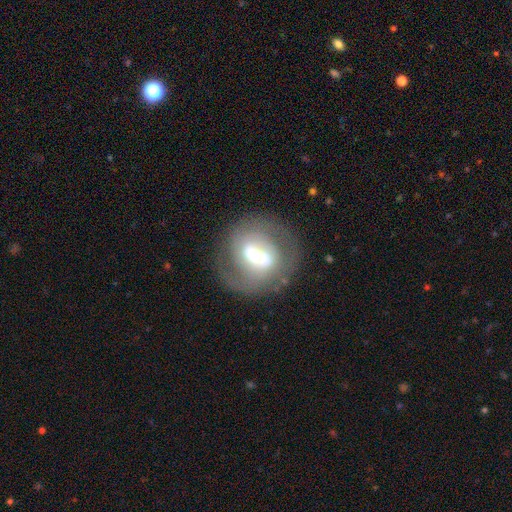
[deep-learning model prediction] smooth-or-featured: featured or disk: 71% | smooth: 21% | star or artifact: 8%
  disk-edge-on: no: 95% | yes: 5%
    bar: weak: 42% | strong: 38% | no: 20%
    has-spiral-arms: yes: 71% | no: 29%
    bulge-size: moderate: 53% | small: 35% | large: 9% | dominant: 2% | none: 1%
  merging: none: 71% | minor disturbance: 14% | major disturbance: 10% | merger: 5%